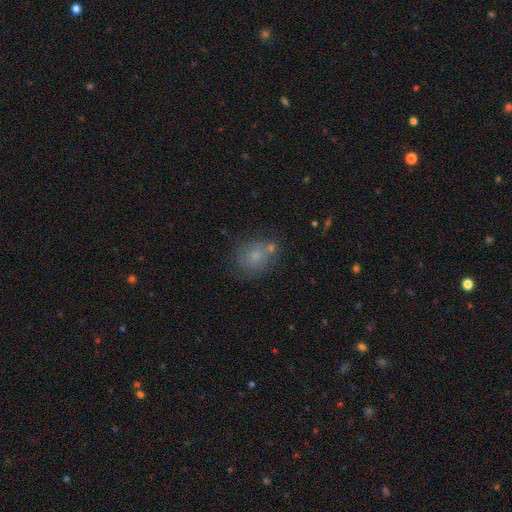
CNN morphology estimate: This is likely a smooth galaxy (71%). How rounded: likely round (64%). Merging: likely none (62%).